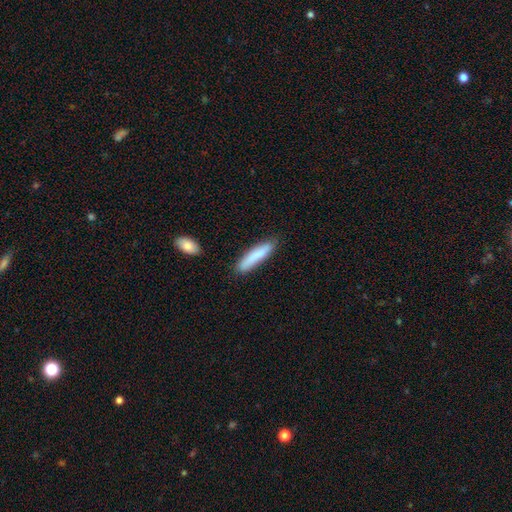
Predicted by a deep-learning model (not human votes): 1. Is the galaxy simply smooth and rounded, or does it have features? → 82% smooth, 13% featured or disk, 6% star or artifact.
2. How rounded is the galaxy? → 86% cigar-shaped, 13% in between, 1% round.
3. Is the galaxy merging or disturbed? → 83% none, 13% minor disturbance, 2% major disturbance, 2% merger.